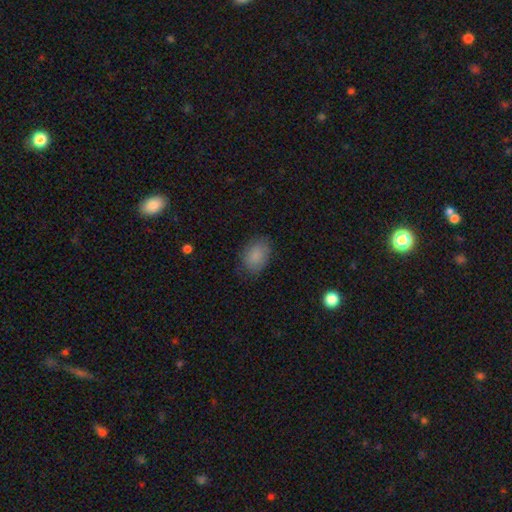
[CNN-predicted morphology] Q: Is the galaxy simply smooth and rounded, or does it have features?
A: smooth — 86%.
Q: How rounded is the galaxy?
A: in between — 82%.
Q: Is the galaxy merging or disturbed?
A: none — 80%.